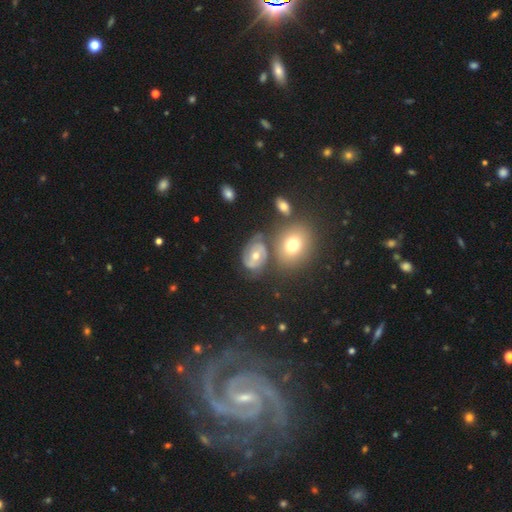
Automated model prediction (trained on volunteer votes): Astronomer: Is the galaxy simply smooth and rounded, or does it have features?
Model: featured or disk — 69%.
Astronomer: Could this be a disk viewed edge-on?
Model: no — 97%.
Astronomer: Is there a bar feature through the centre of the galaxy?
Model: no — 61%.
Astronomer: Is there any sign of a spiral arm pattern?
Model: yes — 84%.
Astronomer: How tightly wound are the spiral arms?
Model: tight — 45% (runner-up: medium, 42%).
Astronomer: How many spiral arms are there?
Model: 2 — 70%.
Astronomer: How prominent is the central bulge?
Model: moderate — 65%.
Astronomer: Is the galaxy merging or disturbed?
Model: none — 57%.